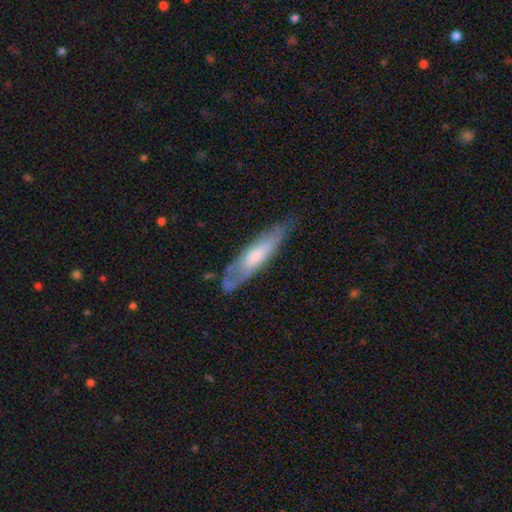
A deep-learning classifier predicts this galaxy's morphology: type=smooth (49%); merging=none (69%).